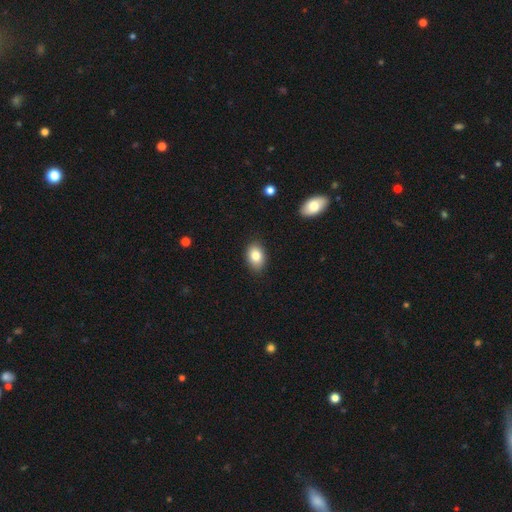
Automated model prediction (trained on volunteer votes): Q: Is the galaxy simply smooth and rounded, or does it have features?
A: smooth — 83%.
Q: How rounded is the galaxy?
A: in between — 83%.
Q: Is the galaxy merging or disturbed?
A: none — 87%.